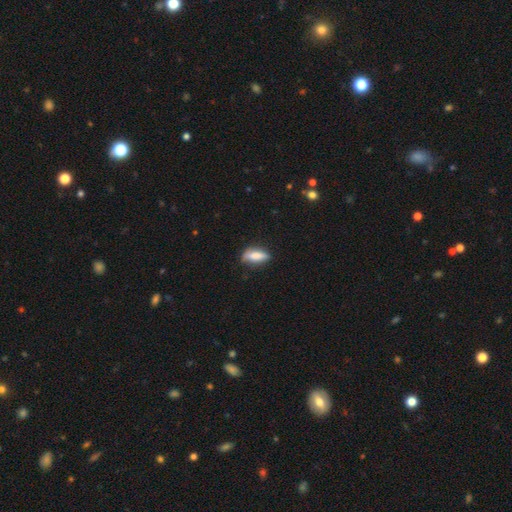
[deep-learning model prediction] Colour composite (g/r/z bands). It shows a smooth galaxy with no disk features (76%) that is in between round and cigar-shaped (66%). Merging: none (70%).